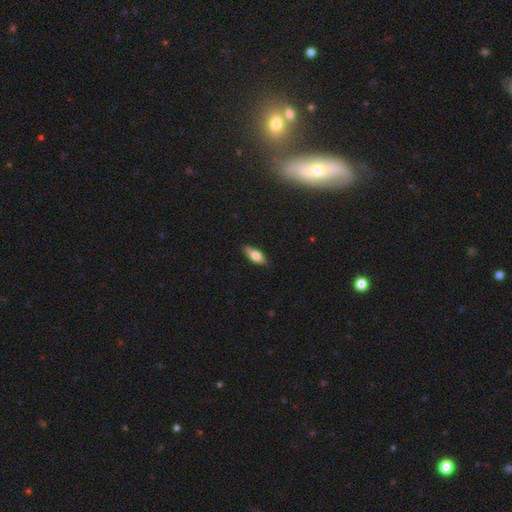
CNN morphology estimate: smooth-or-featured: smooth: 60% | featured or disk: 33% | star or artifact: 7%
  how-rounded: in between: 67% | cigar-shaped: 30% | round: 3%
  merging: none: 86% | minor disturbance: 11% | major disturbance: 2% | merger: 1%